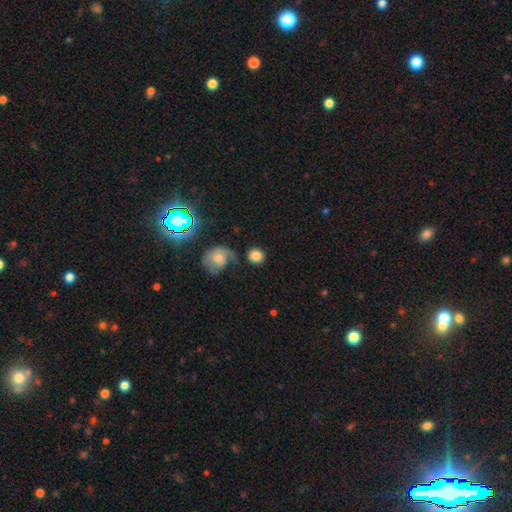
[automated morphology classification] type=smooth (81%); roundness=round (88%); merging=none (67%).